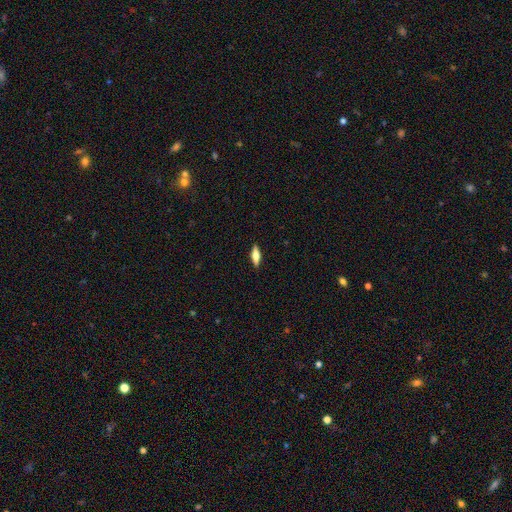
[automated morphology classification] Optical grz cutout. It shows a smooth galaxy with no disk features (62%) that is in between round and cigar-shaped (52%). Merging: none (89%).